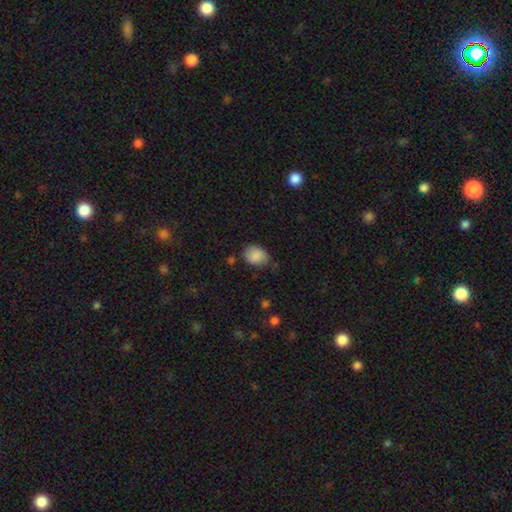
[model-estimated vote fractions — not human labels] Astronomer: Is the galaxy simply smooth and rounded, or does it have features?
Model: smooth — 84%.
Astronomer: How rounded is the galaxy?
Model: in between — 59% (runner-up: round, 40%).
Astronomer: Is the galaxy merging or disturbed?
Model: none — 69%.